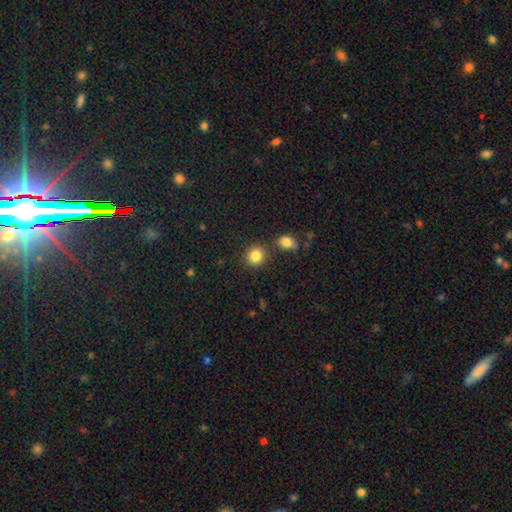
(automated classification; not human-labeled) This is clearly a smooth galaxy (85%). How rounded: clearly round (85%). Merging: clearly none (80%).